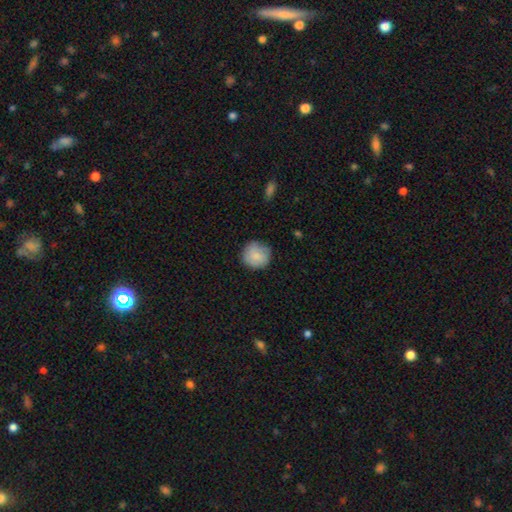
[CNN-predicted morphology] This appears to be a smooth galaxy with no disk features (81%) that is round (93%). Merging: none (81%).